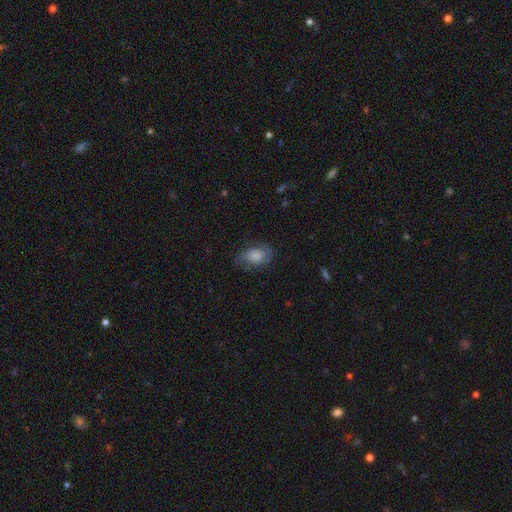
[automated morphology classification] Smooth or featured? smooth (57%)
How rounded? in between (83%)
Merging? none (62%)